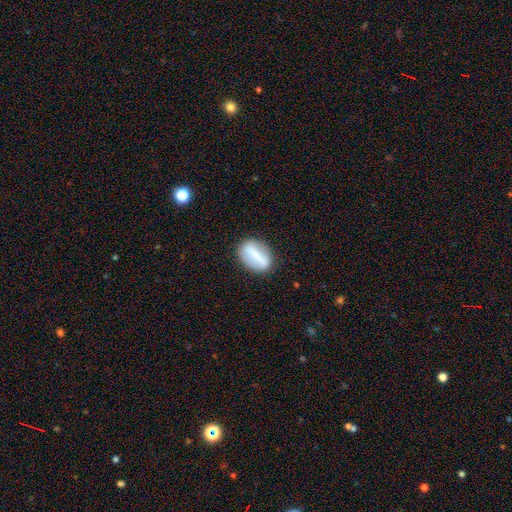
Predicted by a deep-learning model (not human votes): The model was most divided on "smooth or featured": smooth: 51%, featured or disk: 42%, star or artifact: 7%. More confident: merging — none (83%); how rounded — in between (75%).